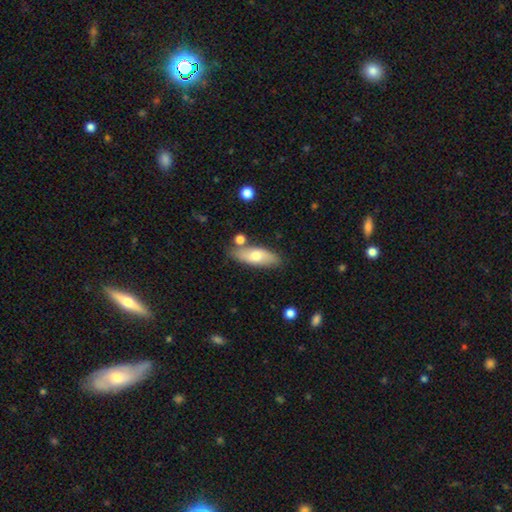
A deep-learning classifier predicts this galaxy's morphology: Smooth or featured: smooth — 67% (featured or disk — 27%)
How rounded: in between — 68% (cigar-shaped — 29%)
Merging: none — 74% (minor disturbance — 15%)